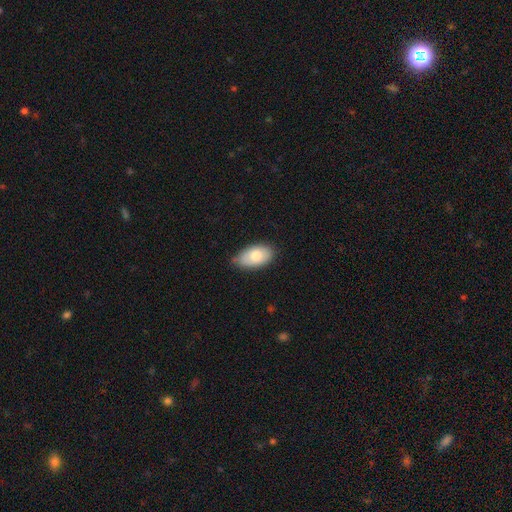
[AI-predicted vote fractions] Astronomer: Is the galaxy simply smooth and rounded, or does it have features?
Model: smooth — 76%.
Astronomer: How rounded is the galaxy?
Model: in between — 93%.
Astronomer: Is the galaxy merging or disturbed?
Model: none — 69%.